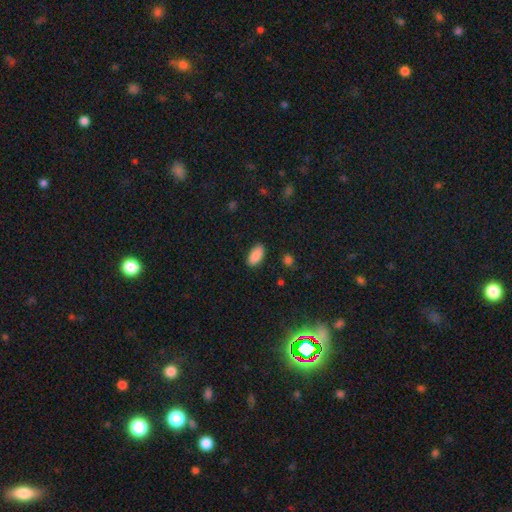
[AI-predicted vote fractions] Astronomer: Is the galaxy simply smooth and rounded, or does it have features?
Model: smooth — 89%.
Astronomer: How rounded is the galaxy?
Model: in between — 93%.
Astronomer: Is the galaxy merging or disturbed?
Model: none — 87%.